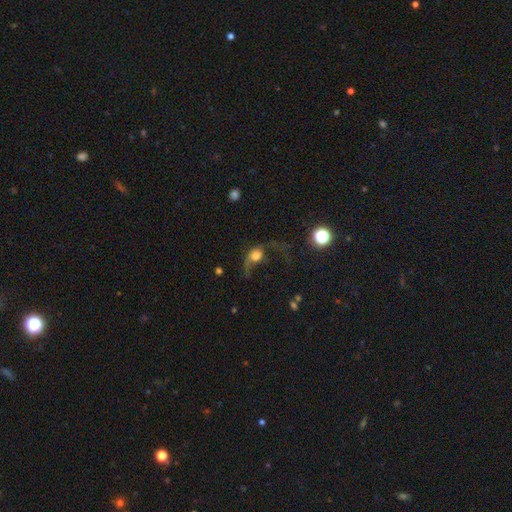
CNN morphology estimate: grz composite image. It shows a smooth galaxy with no disk features (54%) that is round (56%). Merging: major disturbance (59%).